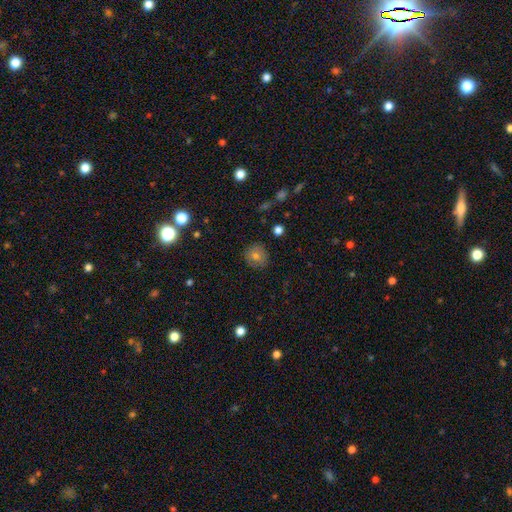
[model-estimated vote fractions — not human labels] Q: Smooth or featured?
A: smooth (71%); runner-up: featured or disk (16%)
Q: How rounded?
A: round (89%); runner-up: in between (10%)
Q: Merging?
A: none (85%); runner-up: minor disturbance (11%)